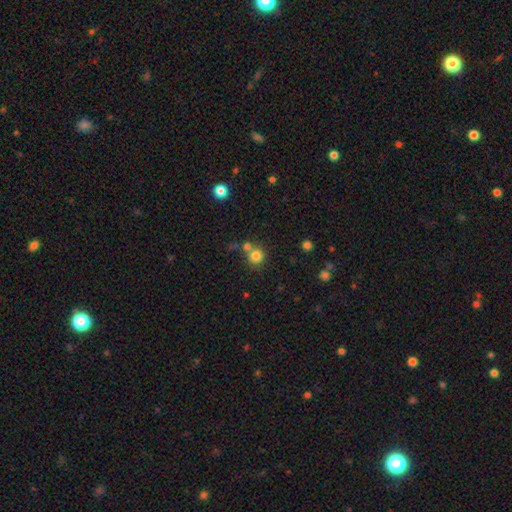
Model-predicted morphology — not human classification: Smooth or featured? smooth (81%)
How rounded? round (90%)
Merging? none (61%)